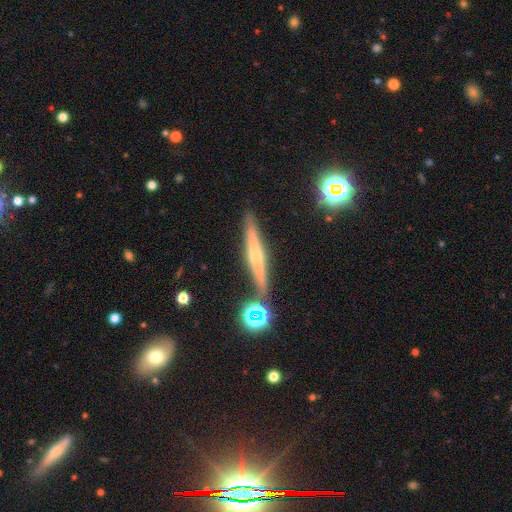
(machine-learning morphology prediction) smooth_or_featured: featured or disk (p=0.62) [alt: smooth p=0.26]
disk_edge_on: yes (p=0.96) [alt: no p=0.04]
edge_on_bulge: rounded (p=0.78) [alt: none p=0.13]
merging: none (p=0.86) [alt: minor disturbance p=0.08]